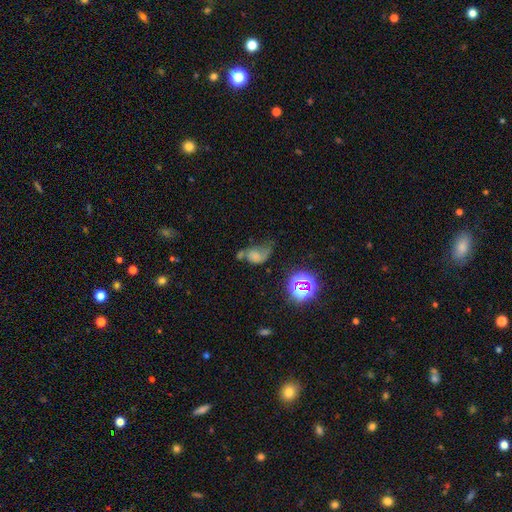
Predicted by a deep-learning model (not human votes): Morphology: type=smooth (46%); merging=major disturbance (35%).